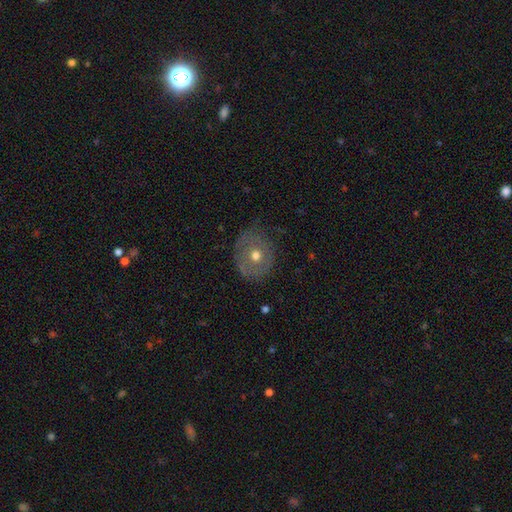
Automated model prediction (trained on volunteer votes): Overall: smooth (47%; featured or disk 44%). Merging: none (69%).